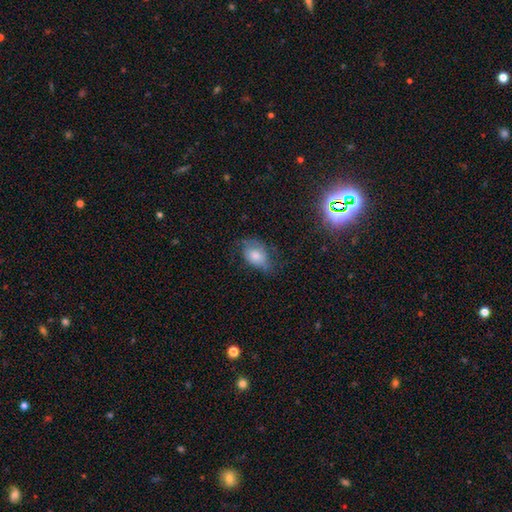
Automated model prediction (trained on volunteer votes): Smooth or featured?
  - smooth: 64% *
  - featured or disk: 27%
  - star or artifact: 9%
How rounded?
  - in between: 80% *
  - round: 19%
  - cigar-shaped: 2%
Merging?
  - none: 47% *
  - minor disturbance: 31%
  - major disturbance: 20%
  - merger: 2%